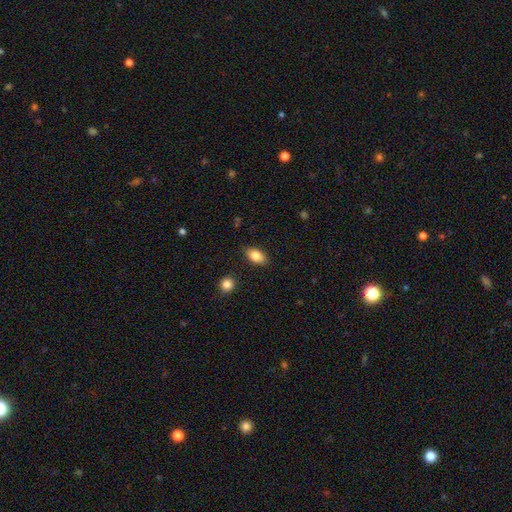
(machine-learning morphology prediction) smooth_or_featured: smooth (p=0.84) [alt: featured or disk p=0.09]
how_rounded: in between (p=0.90) [alt: round p=0.06]
merging: none (p=0.86) [alt: minor disturbance p=0.10]